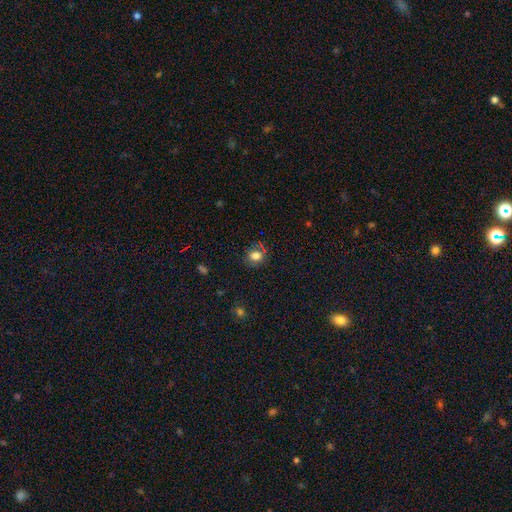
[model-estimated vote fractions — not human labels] Smooth or featured: smooth — 76% (star or artifact — 14%)
How rounded: round — 69% (in between — 30%)
Merging: none — 78% (minor disturbance — 15%)